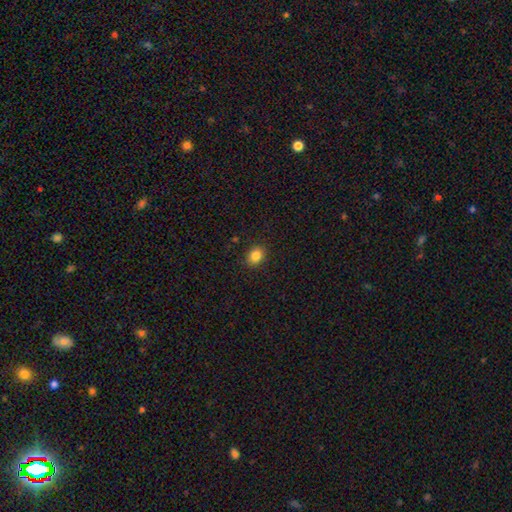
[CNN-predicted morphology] This is clearly a smooth galaxy (84%). How rounded: possibly round (52%). Merging: clearly none (89%).